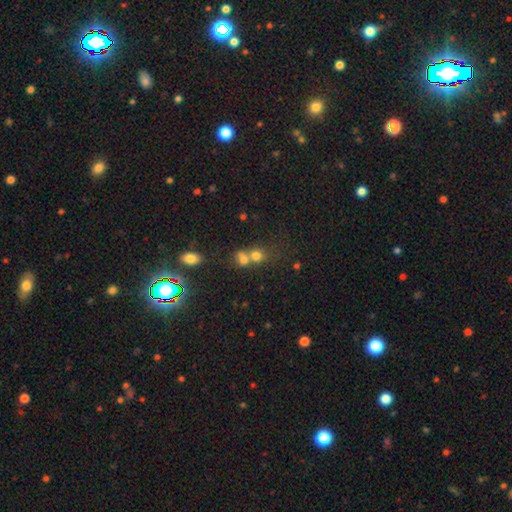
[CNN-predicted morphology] A smooth galaxy with no disk features (72%) that is round (75%).

Vote fractions:
- Smooth or featured? smooth: 72% / star or artifact: 17% / featured or disk: 12%
- How rounded? round: 75% / in between: 23% / cigar-shaped: 1%
- Merging? merger: 54% / none: 34% / minor disturbance: 7% / major disturbance: 4%